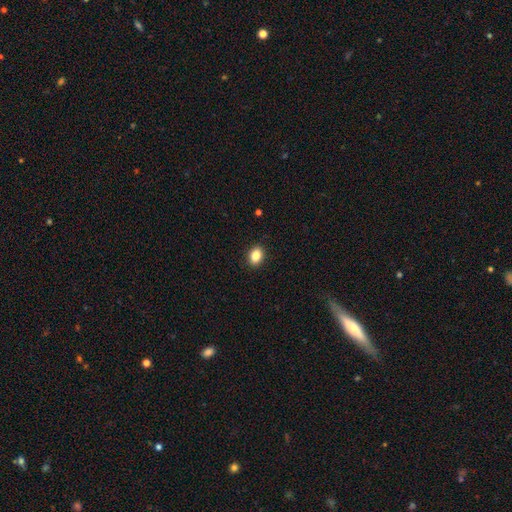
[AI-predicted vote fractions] The model was most divided on "how rounded": in between: 75%, round: 24%, cigar-shaped: 1%. More confident: merging — none (90%); smooth or featured — smooth (86%).